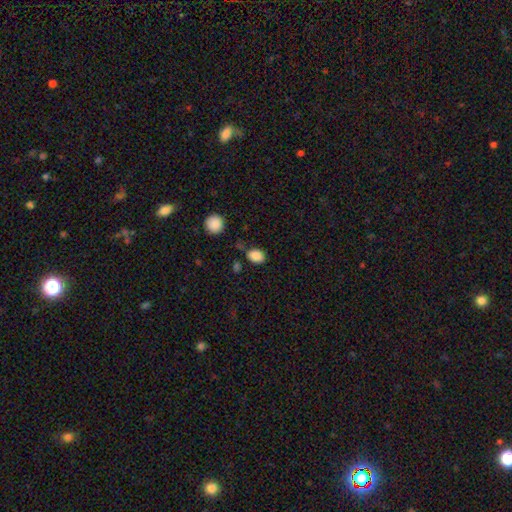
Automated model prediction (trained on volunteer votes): smooth_or_featured: smooth (p=0.87) [alt: star or artifact p=0.10]
how_rounded: in between (p=0.68) [alt: round p=0.31]
merging: none (p=0.76) [alt: minor disturbance p=0.14]